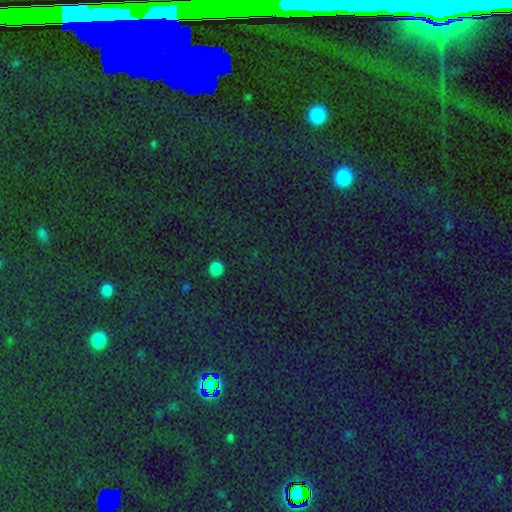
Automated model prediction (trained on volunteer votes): smooth_or_featured: star or artifact (p=0.77) [alt: smooth p=0.12]